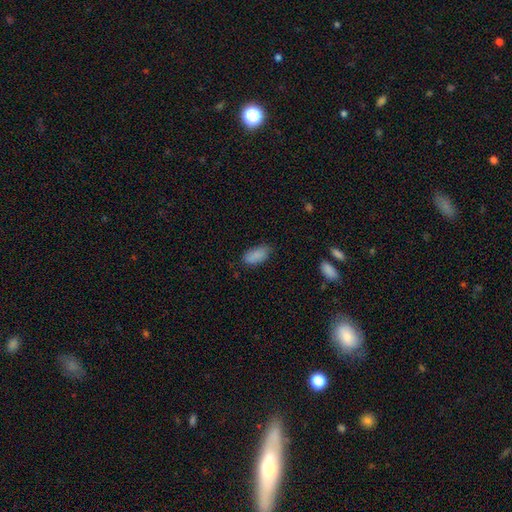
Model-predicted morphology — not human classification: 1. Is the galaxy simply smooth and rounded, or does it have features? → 88% smooth, 8% star or artifact, 4% featured or disk.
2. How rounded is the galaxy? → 91% in between, 6% cigar-shaped, 3% round.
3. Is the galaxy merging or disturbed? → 75% none, 20% minor disturbance, 4% major disturbance, 1% merger.